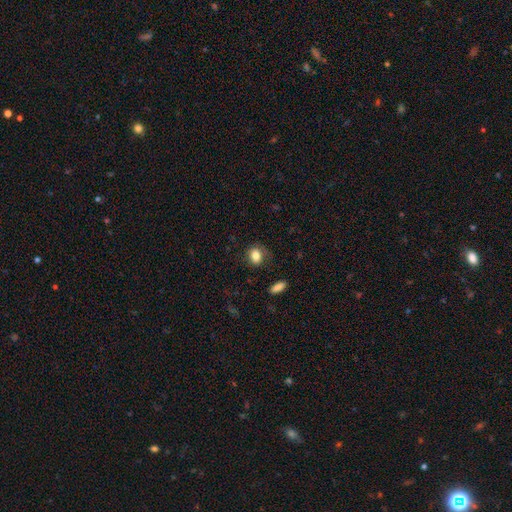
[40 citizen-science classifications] Morphology: type=smooth (88%); roundness=in between (57%); merging=none (95%).